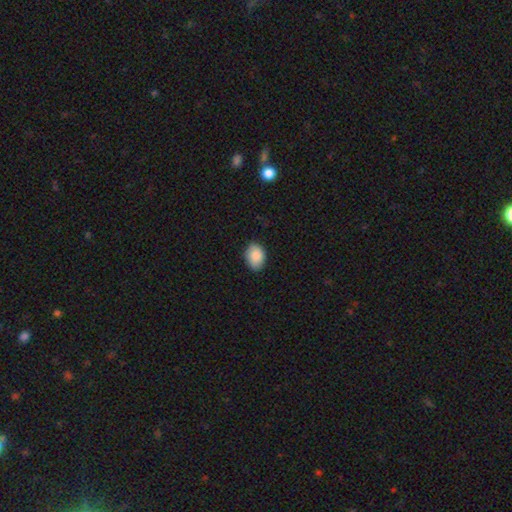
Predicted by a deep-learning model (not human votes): Overall: smooth (88%). How rounded: in between (78%). Merging: none (83%).